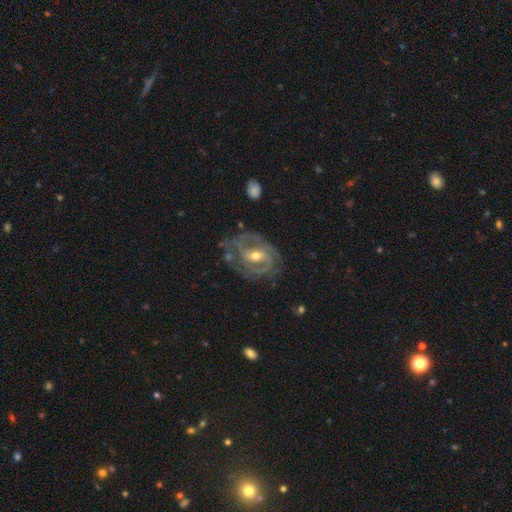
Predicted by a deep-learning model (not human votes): featured or disk 88%, smooth 7%, star or artifact 6%. Down the decision tree: edge-on disk — no (97%); bar — weak (43%); spiral arms — yes (93%); spiral arm count — 2 (57%); spiral winding — tight (52%); bulge size — moderate (60%); merging — none (67%).